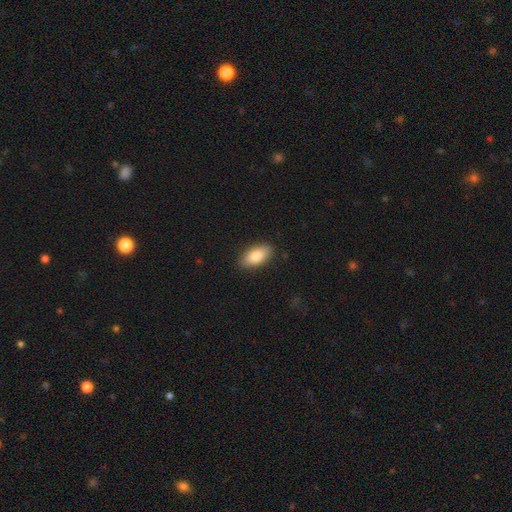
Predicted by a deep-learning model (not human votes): Overall: smooth (83%). How rounded: in between (90%). Merging: none (87%).